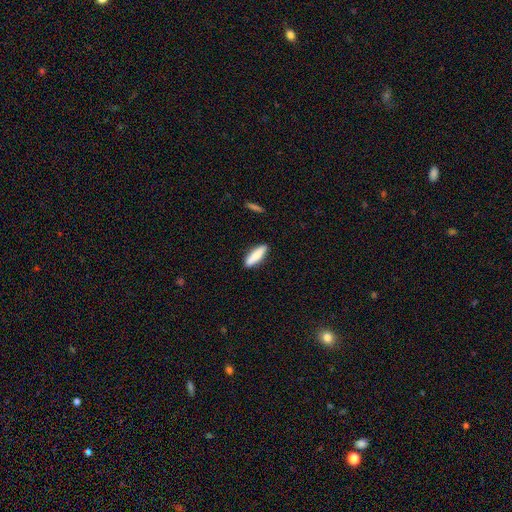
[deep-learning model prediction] This is clearly a smooth galaxy (81%). How rounded: likely cigar-shaped (64%). Merging: clearly none (87%).